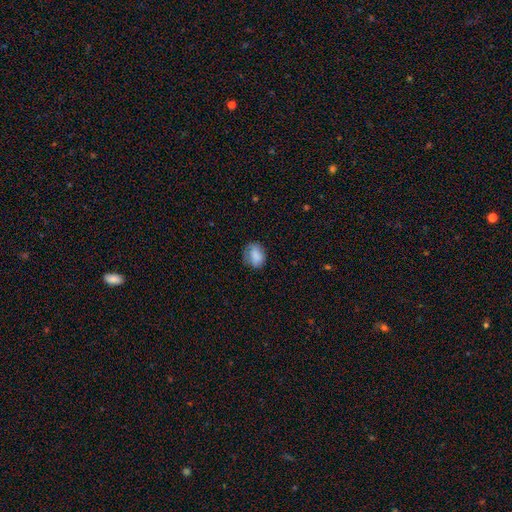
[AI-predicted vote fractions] Smooth or featured: smooth — 79% (featured or disk — 13%)
How rounded: in between — 61% (round — 38%)
Merging: none — 67% (minor disturbance — 24%)